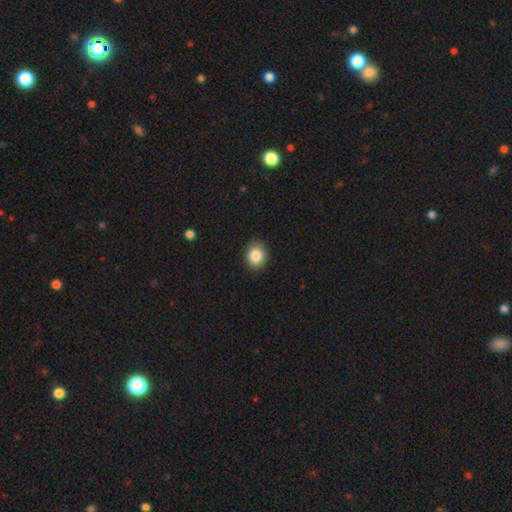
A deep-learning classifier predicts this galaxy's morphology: Q: Smooth or featured?
A: smooth (85%); runner-up: star or artifact (9%)
Q: How rounded?
A: round (68%); runner-up: in between (31%)
Q: Merging?
A: none (87%); runner-up: minor disturbance (10%)